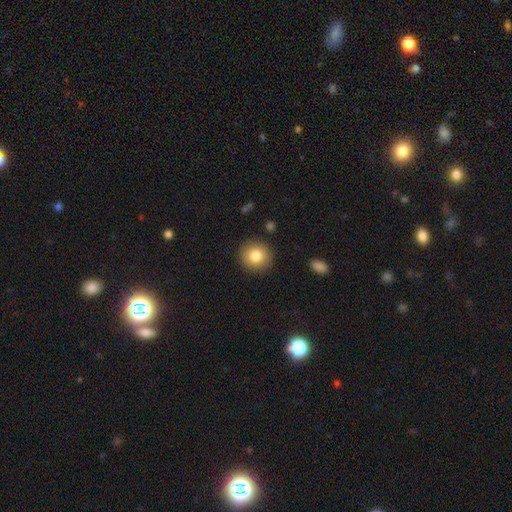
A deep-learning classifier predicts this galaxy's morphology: Smooth or featured? smooth (82%)
How rounded? round (91%)
Merging? none (90%)